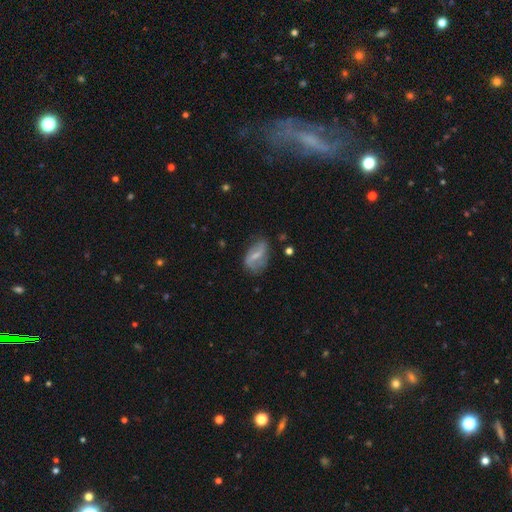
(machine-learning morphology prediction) Overall: featured or disk (55%; smooth 37%). Edge-on disk: no (94%). Bar: weak (44%; strong 37%). Spiral arms: yes (69%; no 31%). Bulge size: small (47%; moderate 28%). Merging: none (59%; minor disturbance 27%).